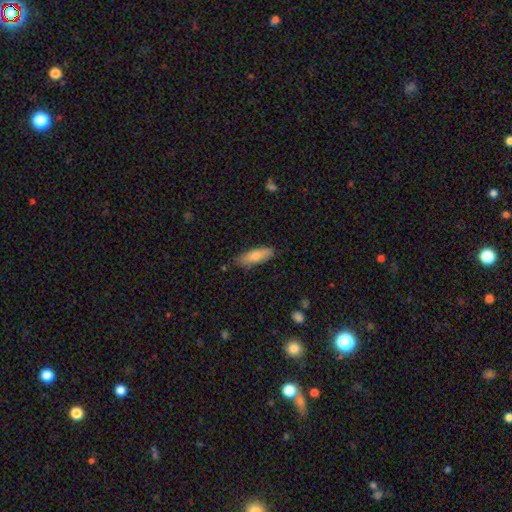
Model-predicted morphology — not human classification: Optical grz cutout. It shows a smooth galaxy with no disk features (71%) that is in between round and cigar-shaped (51%). Merging: none (84%).